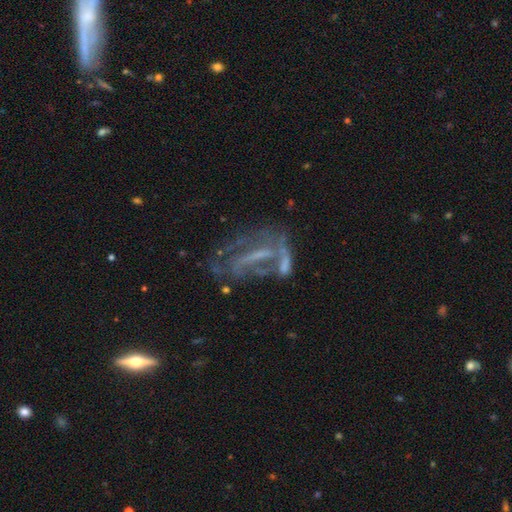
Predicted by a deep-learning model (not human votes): The model was most divided on "spiral arms" (2-way tie): yes: 50%, no: 50%. Remaining: edge-on disk — no (89%); smooth or featured — featured or disk (71%); bulge size — none (55%); bar — strong (42%); merging — major disturbance (33%).